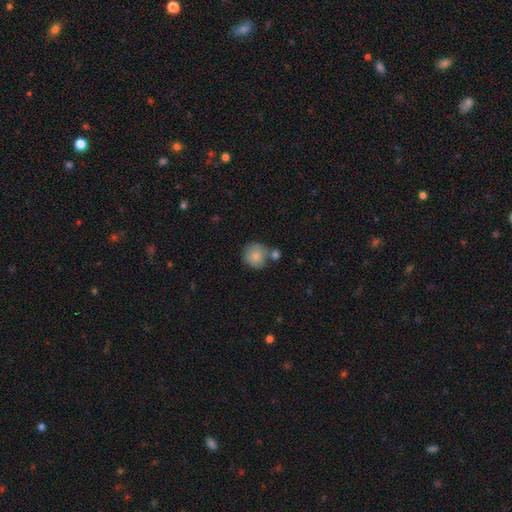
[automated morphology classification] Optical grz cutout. It shows a smooth galaxy with no disk features (83%) that is round (91%). Merging: none (60%).